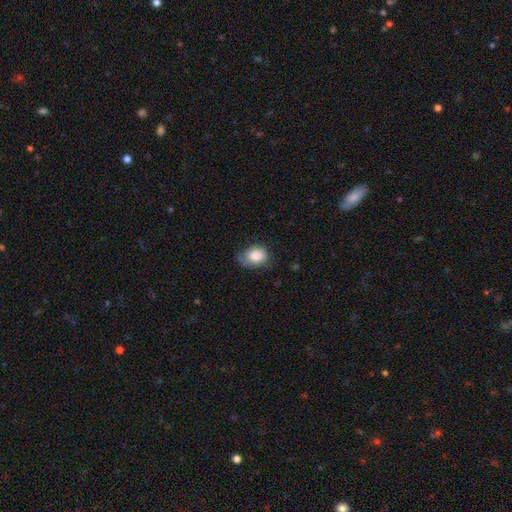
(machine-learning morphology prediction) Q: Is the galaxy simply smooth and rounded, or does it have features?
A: smooth — 80%.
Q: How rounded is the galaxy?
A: in between — 63%.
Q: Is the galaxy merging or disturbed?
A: none — 55%.